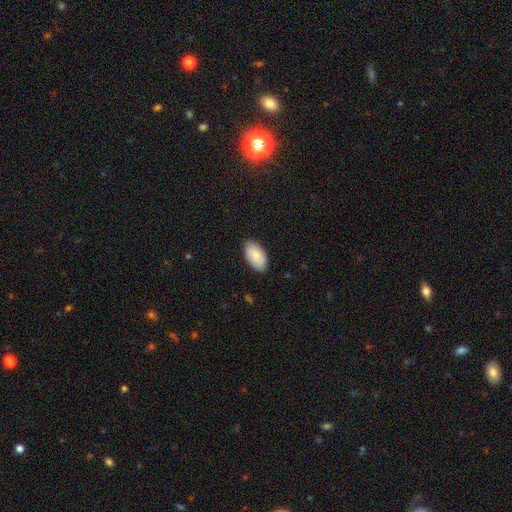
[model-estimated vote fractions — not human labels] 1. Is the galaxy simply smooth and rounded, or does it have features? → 76% smooth, 18% featured or disk, 6% star or artifact.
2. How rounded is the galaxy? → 95% in between, 3% round, 2% cigar-shaped.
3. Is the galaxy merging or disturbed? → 83% none, 14% minor disturbance, 2% major disturbance, 1% merger.